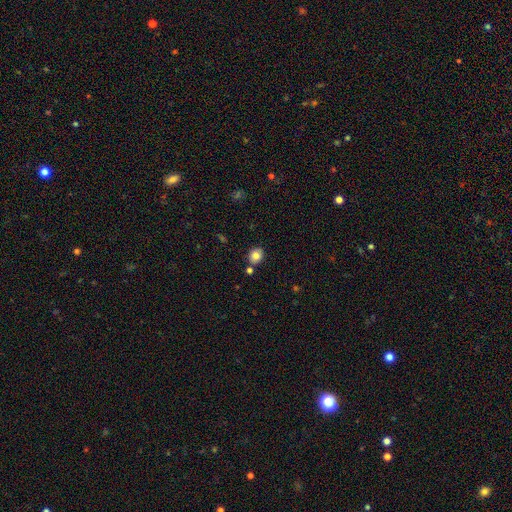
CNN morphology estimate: smooth_or_featured: smooth (p=0.80) [alt: star or artifact p=0.10]
how_rounded: round (p=0.69) [alt: in between p=0.30]
merging: none (p=0.79) [alt: minor disturbance p=0.10]